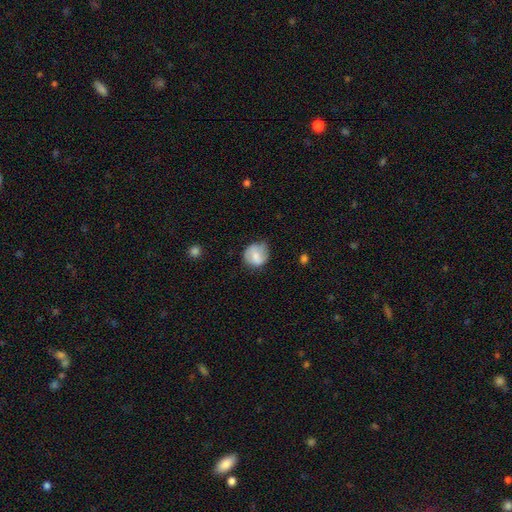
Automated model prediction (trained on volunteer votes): smooth 68%, featured or disk 24%, star or artifact 7%. Down the decision tree: how rounded — round (80%); merging — none (58%).